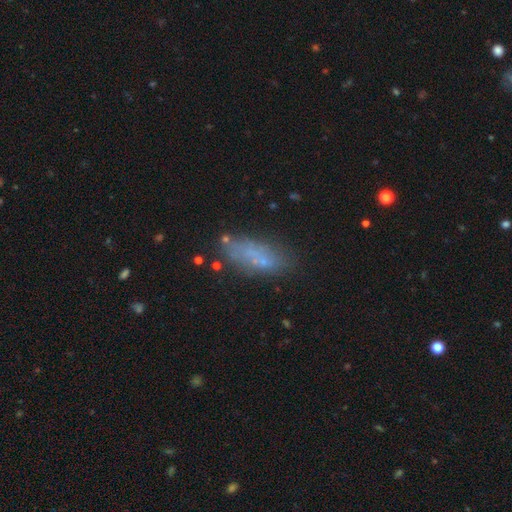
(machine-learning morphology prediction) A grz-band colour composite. It shows a smooth galaxy with no disk features (58%) that is in between round and cigar-shaped (67%). Merging: none (59%).